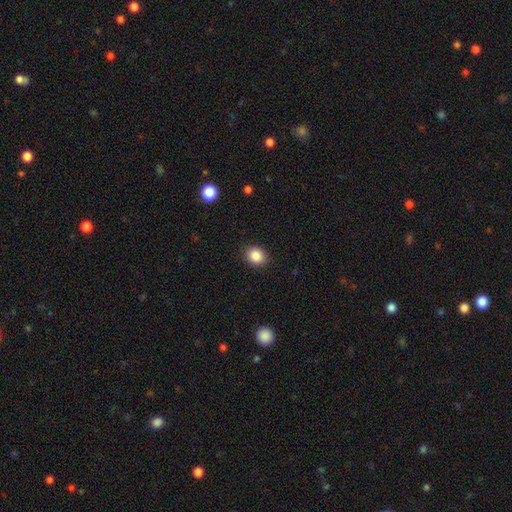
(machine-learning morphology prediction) Smooth or featured: smooth — 86% (star or artifact — 9%)
How rounded: round — 60% (in between — 39%)
Merging: none — 89% (minor disturbance — 8%)